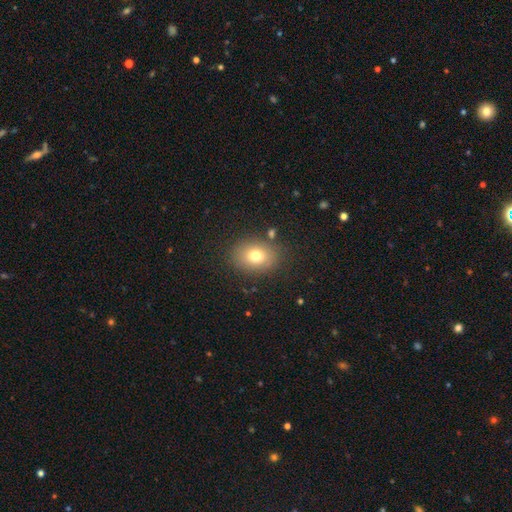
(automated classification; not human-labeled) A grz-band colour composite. It shows a smooth galaxy with no disk features (74%) that is in between round and cigar-shaped (62%). Merging: none (83%).